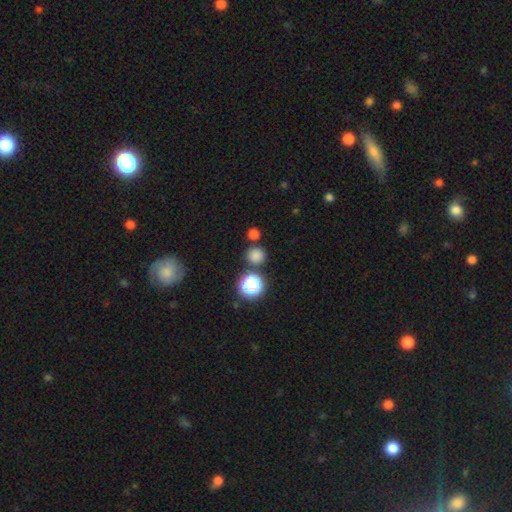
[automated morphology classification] Smooth or featured? Predicted: smooth (p=0.77). How rounded? Predicted: round (p=0.92). Merging? Predicted: none (p=0.80).